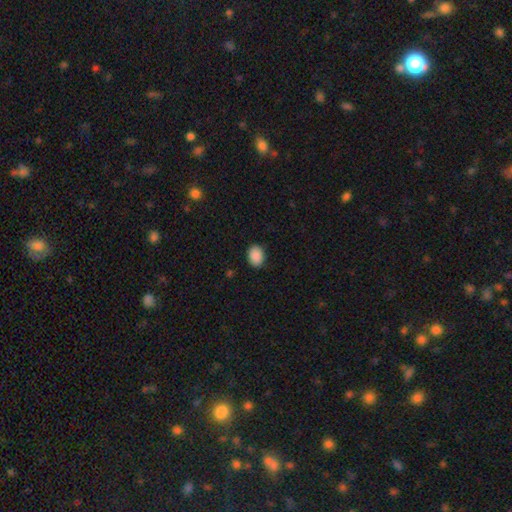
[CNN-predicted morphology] type=smooth (90%); roundness=in between (68%); merging=none (88%).